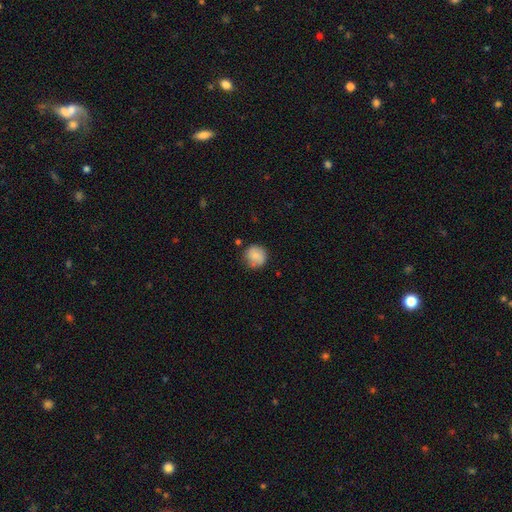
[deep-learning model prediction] Q: Smooth or featured?
A: smooth (80%); runner-up: featured or disk (12%)
Q: How rounded?
A: round (91%); runner-up: in between (8%)
Q: Merging?
A: none (73%); runner-up: minor disturbance (19%)